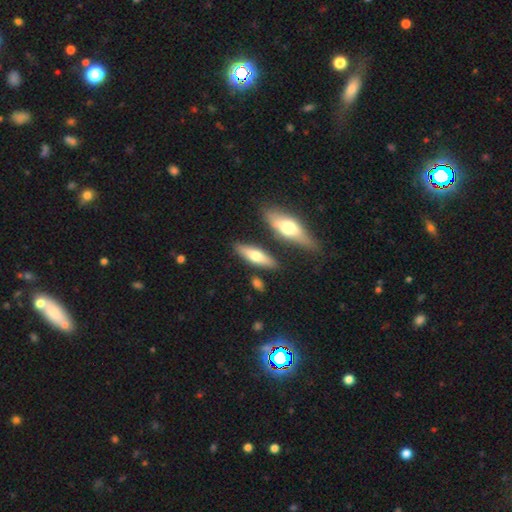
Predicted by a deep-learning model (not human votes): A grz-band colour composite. It shows a smooth galaxy with no disk features (59%) that is cigar-shaped (54%). Merging: none (79%).